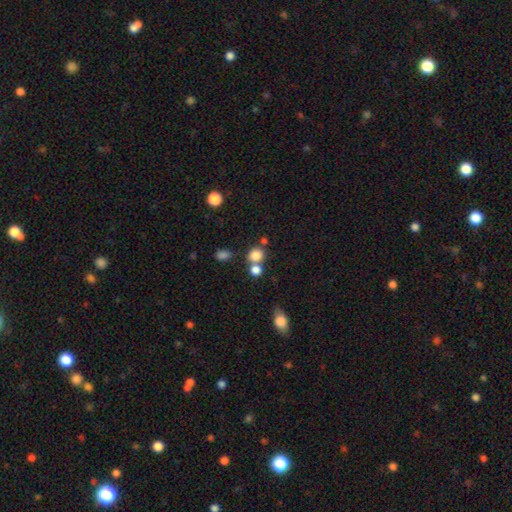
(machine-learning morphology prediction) Smooth or featured: smooth — 81% (star or artifact — 12%)
How rounded: round — 71% (in between — 28%)
Merging: none — 56% (merger — 30%)